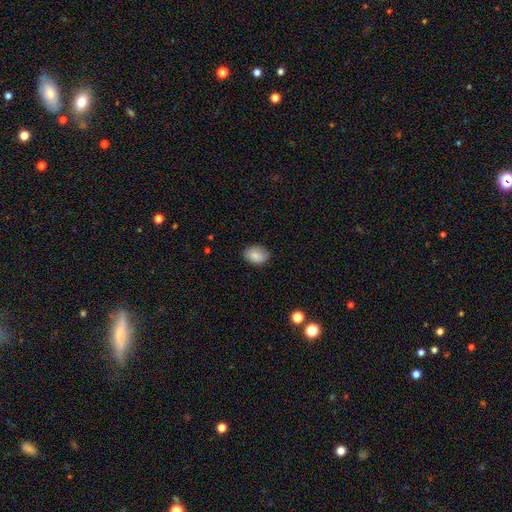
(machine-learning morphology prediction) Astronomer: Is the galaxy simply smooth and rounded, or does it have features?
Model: smooth — 85%.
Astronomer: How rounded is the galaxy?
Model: in between — 75%.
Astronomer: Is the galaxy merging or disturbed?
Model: none — 81%.